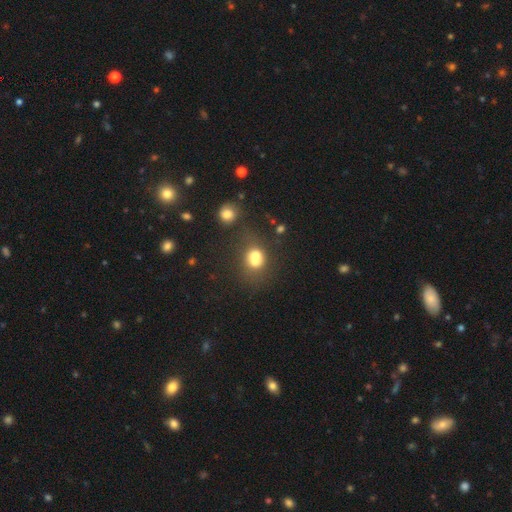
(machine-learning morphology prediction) Q: Smooth or featured?
A: smooth (67%); runner-up: featured or disk (19%)
Q: How rounded?
A: round (62%); runner-up: in between (37%)
Q: Merging?
A: merger (55%); runner-up: none (28%)